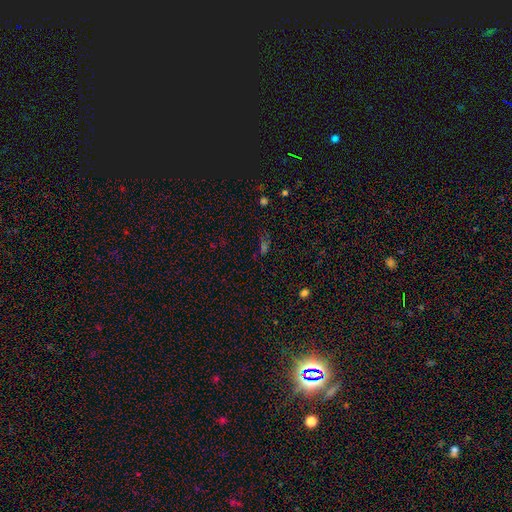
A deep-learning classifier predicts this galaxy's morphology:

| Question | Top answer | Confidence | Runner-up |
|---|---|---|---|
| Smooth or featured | star or artifact | 46% | smooth (44%) |